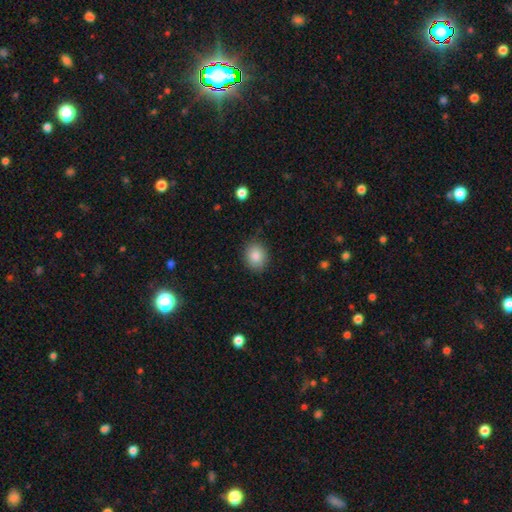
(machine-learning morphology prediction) Q: Smooth or featured?
A: smooth (86%); runner-up: star or artifact (8%)
Q: How rounded?
A: round (62%); runner-up: in between (37%)
Q: Merging?
A: none (86%); runner-up: minor disturbance (10%)